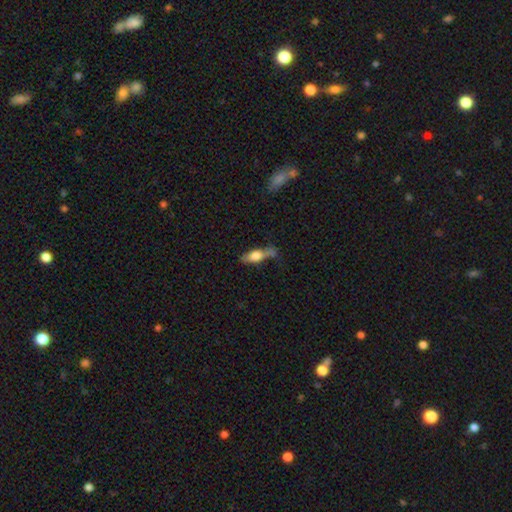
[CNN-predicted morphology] The model was most divided on "merging": none: 46%, minor disturbance: 24%, merger: 16%, major disturbance: 14%. More confident: smooth or featured — smooth (61%); how rounded — in between (60%).